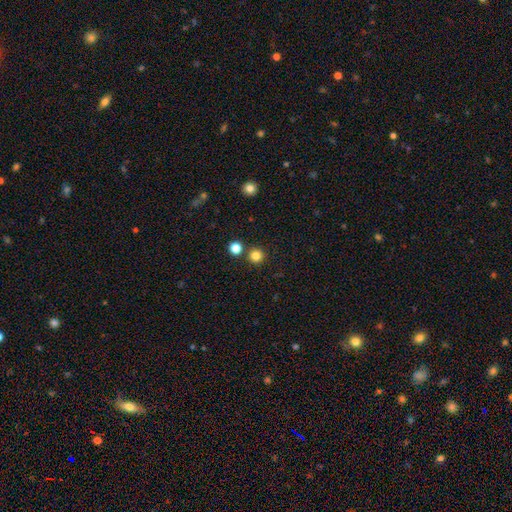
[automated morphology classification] Smooth or featured?
  - smooth: 82% *
  - star or artifact: 14%
  - featured or disk: 4%
How rounded?
  - round: 95% *
  - in between: 4%
  - cigar-shaped: 1%
Merging?
  - none: 86% *
  - merger: 7%
  - minor disturbance: 5%
  - major disturbance: 2%